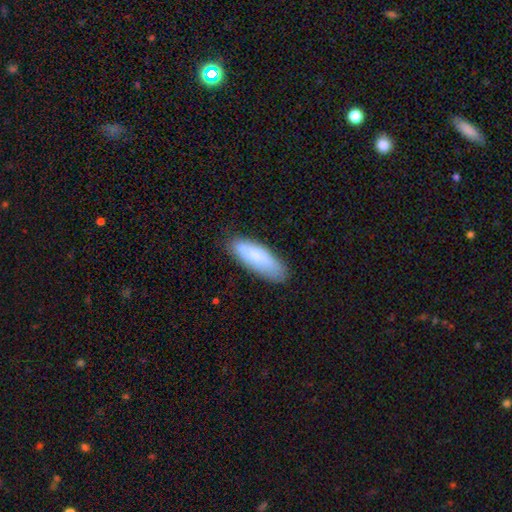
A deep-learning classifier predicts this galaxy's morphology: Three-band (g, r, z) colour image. It shows a smooth galaxy with no disk features (79%) that is in between round and cigar-shaped (55%). Merging: none (75%).